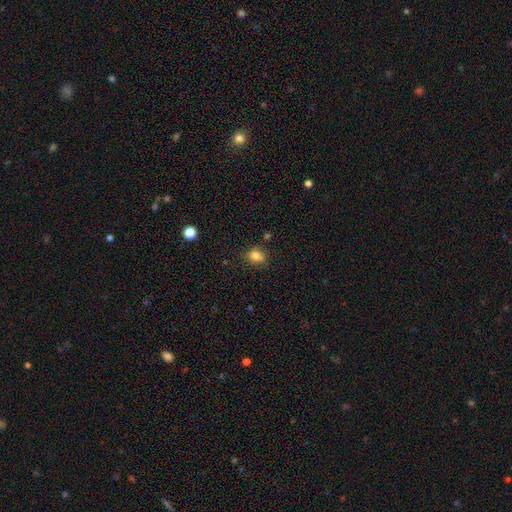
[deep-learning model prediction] This appears to be a smooth galaxy with no disk features (81%) that is round (53%). Merging: none (64%).